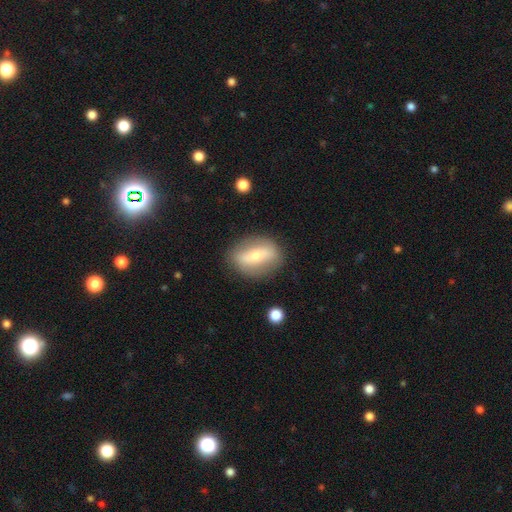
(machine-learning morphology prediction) smooth_or_featured: featured or disk (p=0.52) [alt: smooth p=0.41]
disk_edge_on: no (p=0.68) [alt: yes p=0.32]
merging: none (p=0.84) [alt: minor disturbance p=0.11]